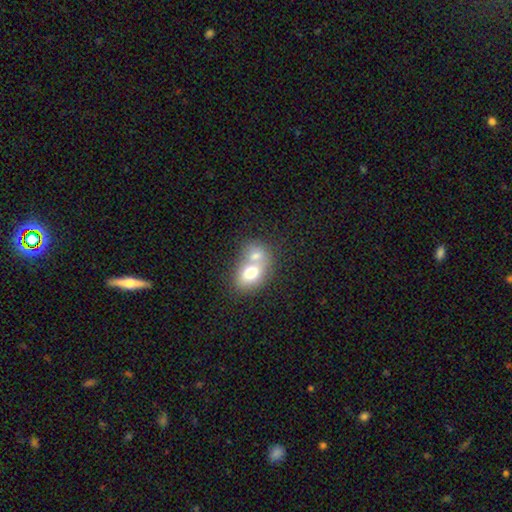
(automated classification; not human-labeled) Smooth or featured? Predicted: smooth (p=0.70). How rounded? Predicted: in between (p=0.66). Merging? Predicted: merger (p=0.67).